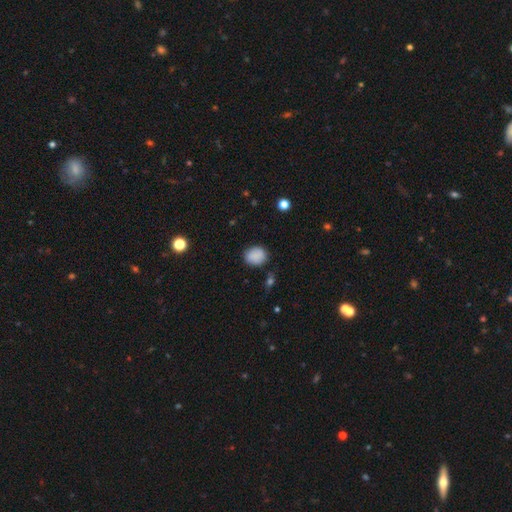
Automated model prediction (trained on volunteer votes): A smooth galaxy with no disk features (86%) that is round (58%). Merging: none (80%).